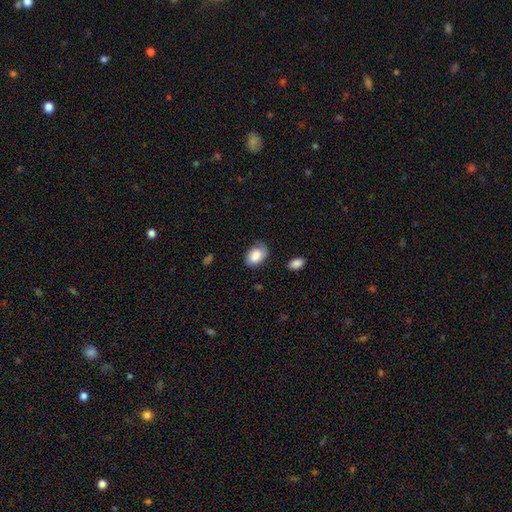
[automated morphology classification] Smooth or featured: smooth — 80% (featured or disk — 13%)
How rounded: in between — 84% (round — 15%)
Merging: none — 70% (minor disturbance — 23%)